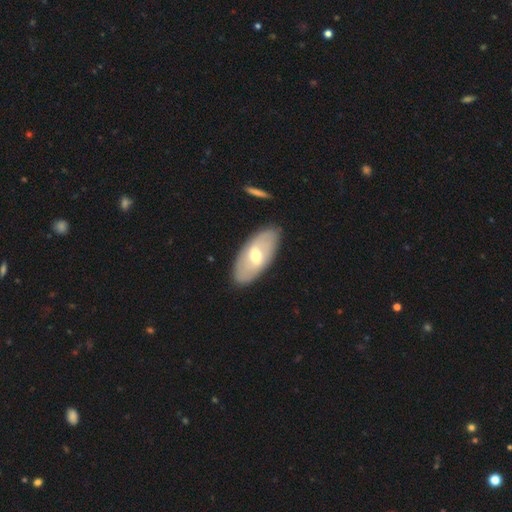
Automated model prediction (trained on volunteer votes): Smooth or featured? Predicted: featured or disk (p=0.53). Edge-on disk? Predicted: no (p=0.85). Merging? Predicted: none (p=0.85).